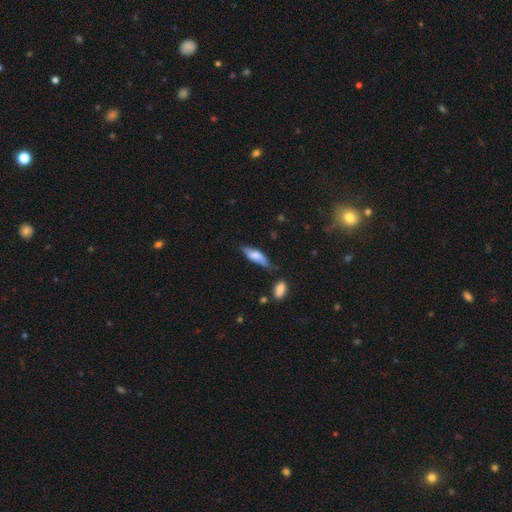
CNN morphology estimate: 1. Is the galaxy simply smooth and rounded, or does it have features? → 68% smooth, 26% featured or disk, 6% star or artifact.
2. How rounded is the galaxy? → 50% in between, 47% cigar-shaped, 2% round.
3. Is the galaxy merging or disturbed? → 62% none, 26% minor disturbance, 6% merger, 6% major disturbance.